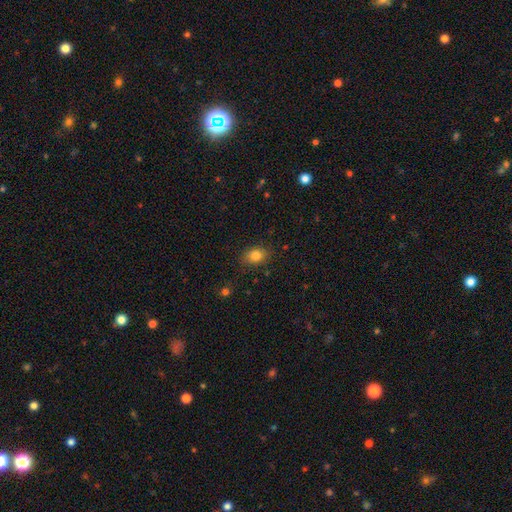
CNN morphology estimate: type=smooth (83%); roundness=in between (66%); merging=none (83%).